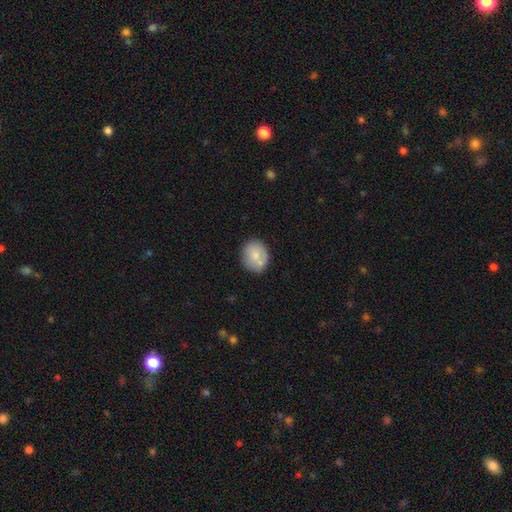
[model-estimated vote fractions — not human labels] This is likely a smooth galaxy (77%). How rounded: likely round (66%). Merging: likely none (68%).